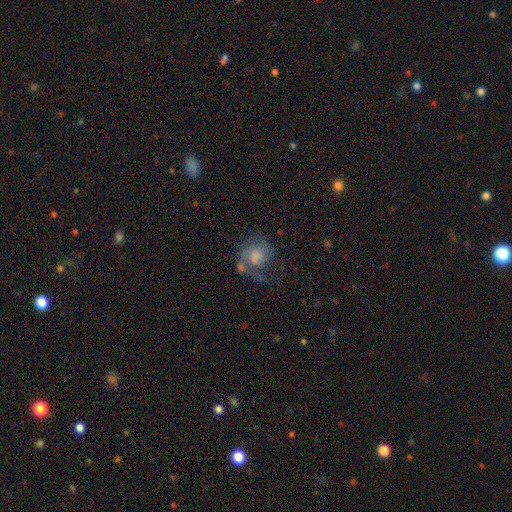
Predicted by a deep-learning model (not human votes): Smooth or featured? featured or disk (62%)
Edge-on disk? no (98%)
Bar? no (70%)
Spiral arms? yes (83%)
Spiral winding? medium (43%)
Spiral arm count? 2 (45%)
Bulge size? none (35%)
Merging? none (38%)